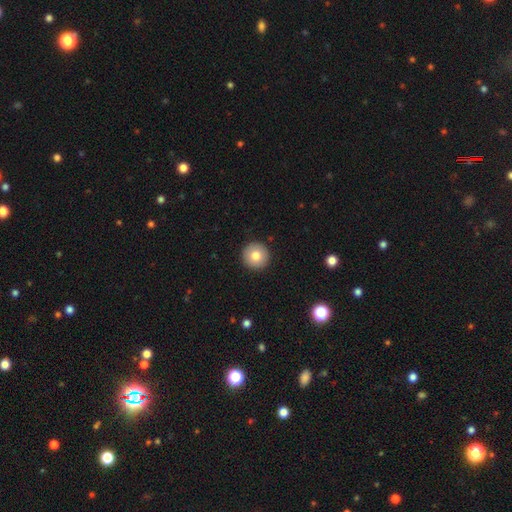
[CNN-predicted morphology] Smooth or featured? smooth (80%)
How rounded? round (96%)
Merging? none (93%)